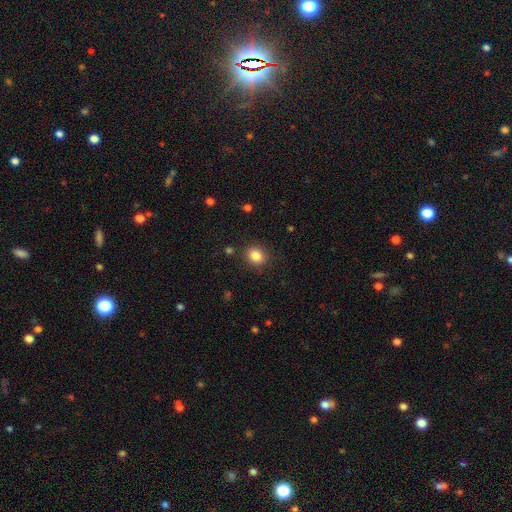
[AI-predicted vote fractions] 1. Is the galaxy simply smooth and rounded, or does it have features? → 85% smooth, 10% star or artifact, 5% featured or disk.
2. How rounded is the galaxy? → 63% round, 36% in between, 1% cigar-shaped.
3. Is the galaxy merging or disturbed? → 86% none, 9% minor disturbance, 3% major disturbance, 2% merger.